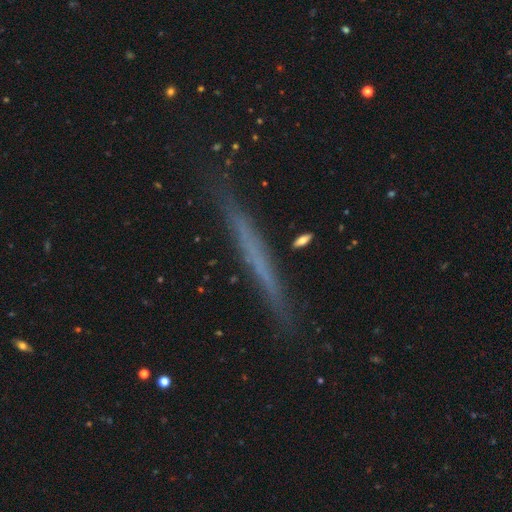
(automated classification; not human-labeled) Overall: featured or disk (49%; smooth 42%). Merging: none (84%).